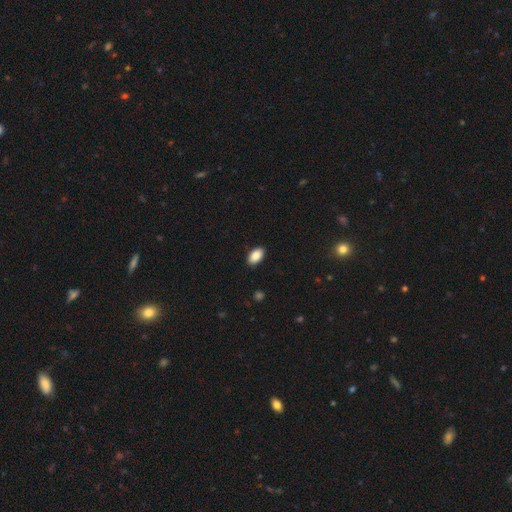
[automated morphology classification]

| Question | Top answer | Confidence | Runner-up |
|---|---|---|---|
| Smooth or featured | smooth | 89% | star or artifact (7%) |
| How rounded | in between | 94% | round (4%) |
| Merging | none | 90% | minor disturbance (7%) |